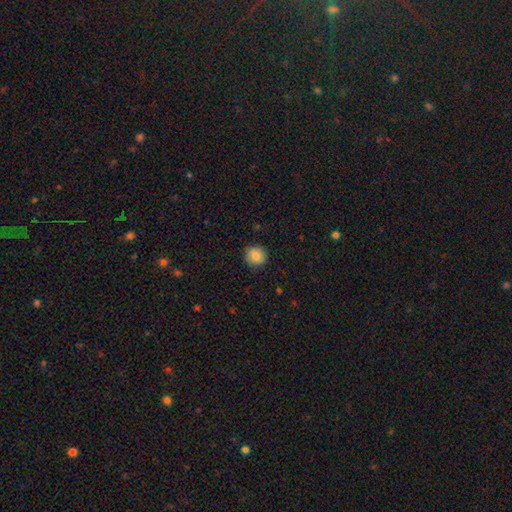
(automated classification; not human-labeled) Smooth or featured? smooth (82%)
How rounded? round (90%)
Merging? none (87%)